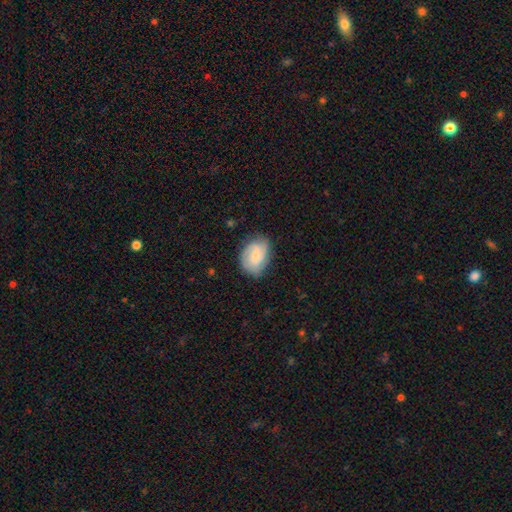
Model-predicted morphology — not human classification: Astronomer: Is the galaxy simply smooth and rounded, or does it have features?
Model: featured or disk — 48% (runner-up: smooth, 45%).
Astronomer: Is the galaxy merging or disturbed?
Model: none — 71%.